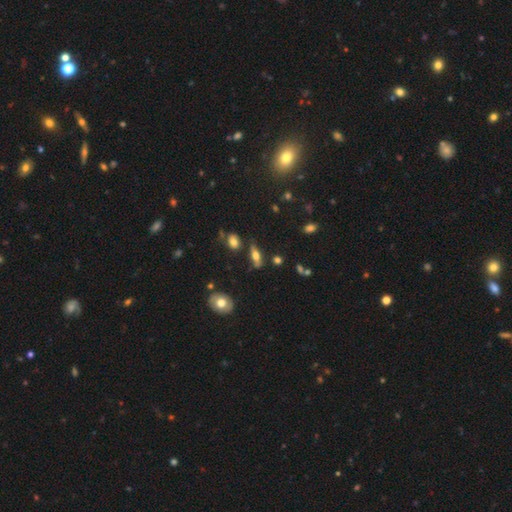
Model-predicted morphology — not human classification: A smooth galaxy with no disk features (46%).

Vote fractions:
- Smooth or featured? smooth: 46% / featured or disk: 44% / star or artifact: 10%
- Merging? none: 73% / minor disturbance: 15% / merger: 7% / major disturbance: 5%